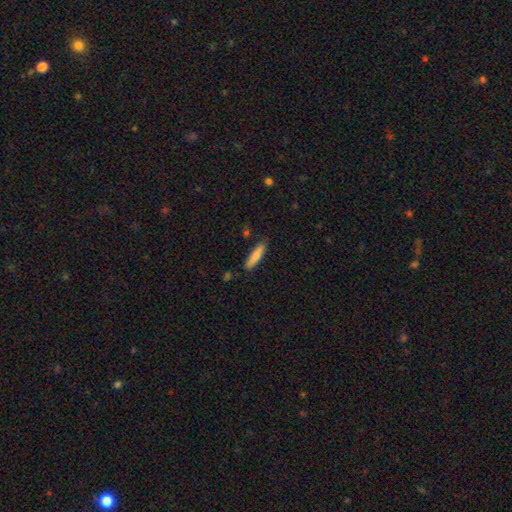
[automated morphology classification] Smooth or featured?
  - smooth: 76% *
  - featured or disk: 18%
  - star or artifact: 6%
How rounded?
  - cigar-shaped: 82% *
  - in between: 16%
  - round: 2%
Merging?
  - none: 86% *
  - minor disturbance: 10%
  - major disturbance: 2%
  - merger: 2%